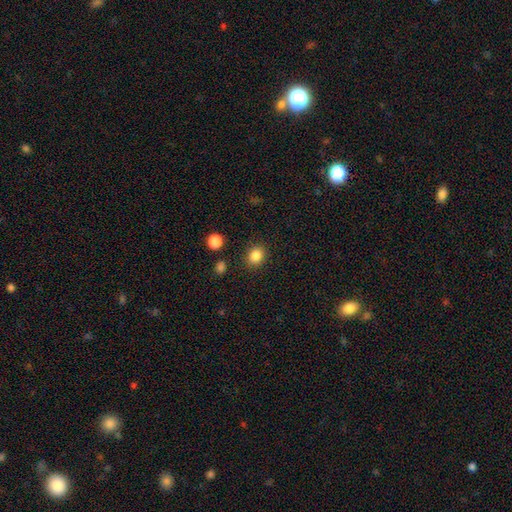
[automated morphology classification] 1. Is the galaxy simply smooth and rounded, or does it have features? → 85% smooth, 11% star or artifact, 4% featured or disk.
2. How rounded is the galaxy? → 65% round, 35% in between, 1% cigar-shaped.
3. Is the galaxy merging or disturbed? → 87% none, 8% minor disturbance, 3% major disturbance, 2% merger.